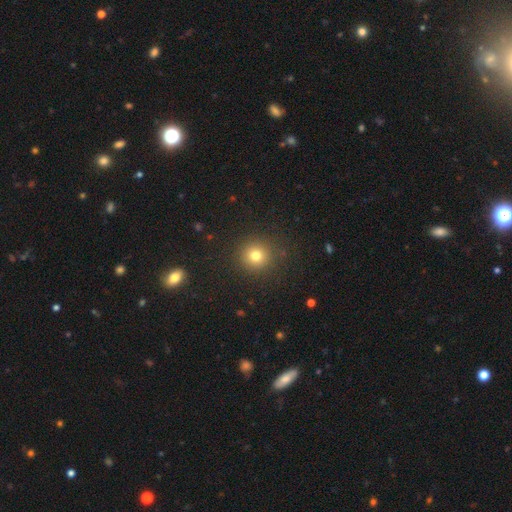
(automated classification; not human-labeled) Smooth or featured? smooth (77%)
How rounded? round (93%)
Merging? none (90%)